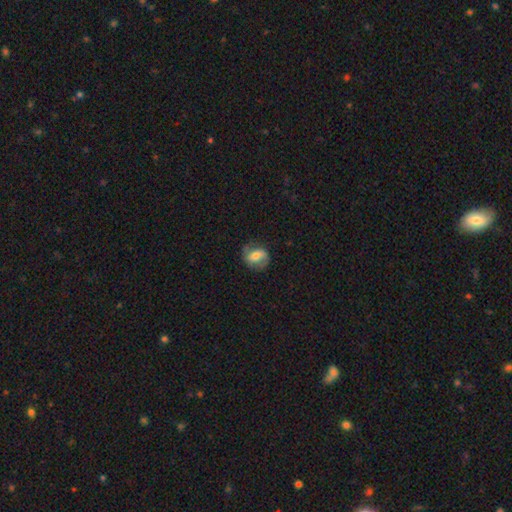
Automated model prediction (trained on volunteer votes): Smooth or featured? featured or disk (53%)
Edge-on disk? no (96%)
Bar? weak (38%)
Spiral arms? yes (81%)
Bulge size? moderate (55%)
Merging? none (71%)